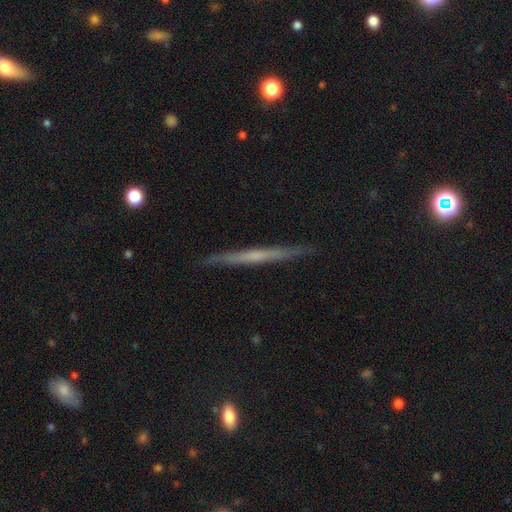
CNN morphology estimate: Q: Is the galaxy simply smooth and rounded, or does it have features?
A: featured or disk — 57%.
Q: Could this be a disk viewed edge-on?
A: yes — 97%.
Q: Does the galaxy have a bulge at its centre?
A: none — 80%.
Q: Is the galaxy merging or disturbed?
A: none — 91%.